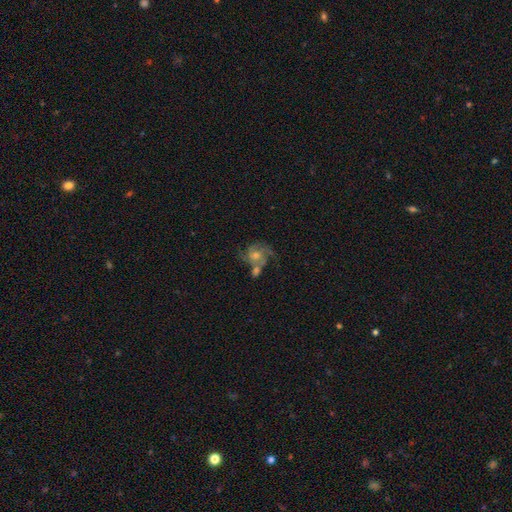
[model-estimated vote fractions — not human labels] featured or disk 75%, smooth 15%, star or artifact 11%. Down the decision tree: edge-on disk — no (98%); bar — no (66%); spiral arms — yes (92%); spiral arm count — 2 (39%); spiral winding — medium (49%); bulge size — moderate (60%); merging — none (45%).